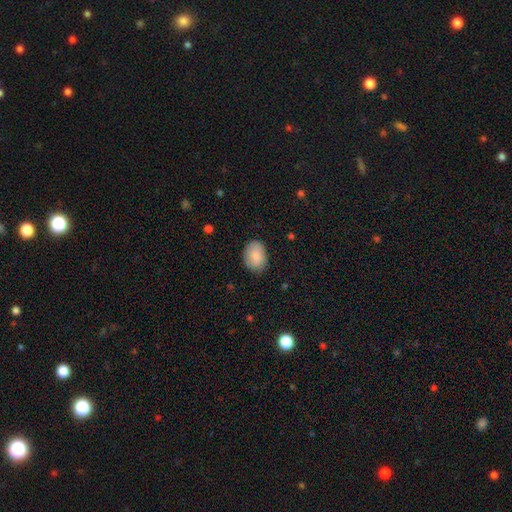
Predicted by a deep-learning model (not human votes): Q: Smooth or featured?
A: smooth (85%); runner-up: featured or disk (9%)
Q: How rounded?
A: in between (78%); runner-up: round (21%)
Q: Merging?
A: none (79%); runner-up: minor disturbance (16%)